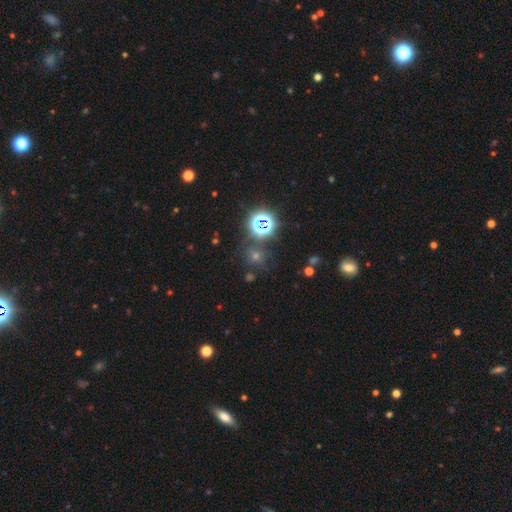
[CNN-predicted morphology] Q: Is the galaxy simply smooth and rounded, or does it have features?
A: star or artifact — 57%.